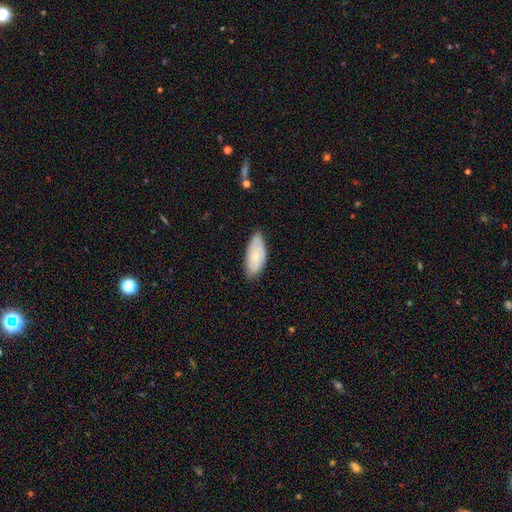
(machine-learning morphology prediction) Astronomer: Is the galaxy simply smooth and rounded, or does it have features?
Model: smooth — 59% (runner-up: featured or disk, 35%).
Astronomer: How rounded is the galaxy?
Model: in between — 88%.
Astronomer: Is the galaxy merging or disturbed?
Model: none — 72%.